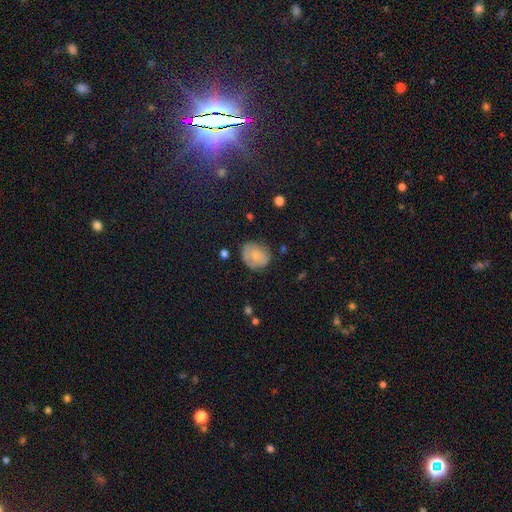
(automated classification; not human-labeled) Overall: smooth (70%). How rounded: round (63%; in between 36%). Merging: none (65%; minor disturbance 25%).